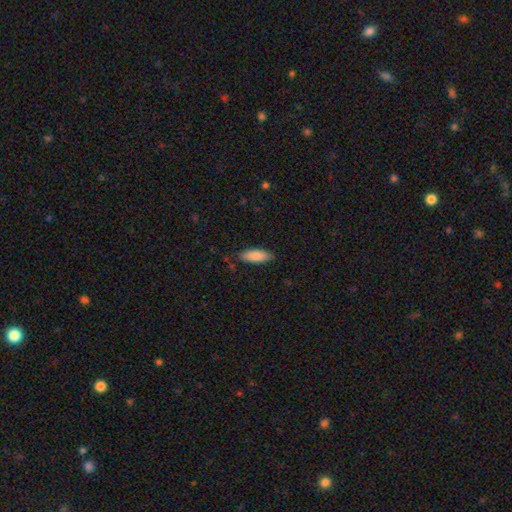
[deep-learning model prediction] This appears to be a smooth galaxy with no disk features (87%) that is in between round and cigar-shaped (69%). Merging: none (83%).